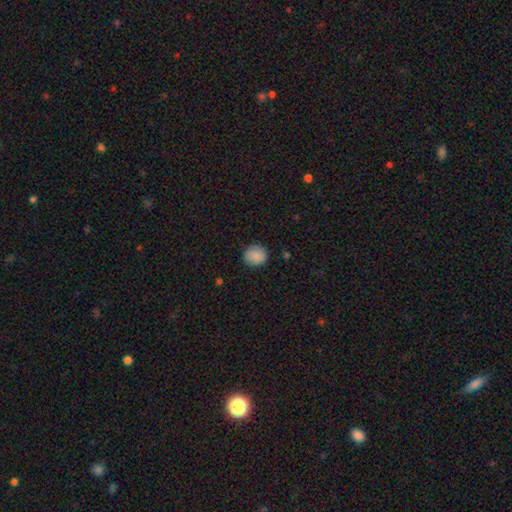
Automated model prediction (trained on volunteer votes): The model was most divided on "how rounded": round: 88%, in between: 11%, cigar-shaped: 1%. More confident: merging — none (86%); smooth or featured — smooth (86%).